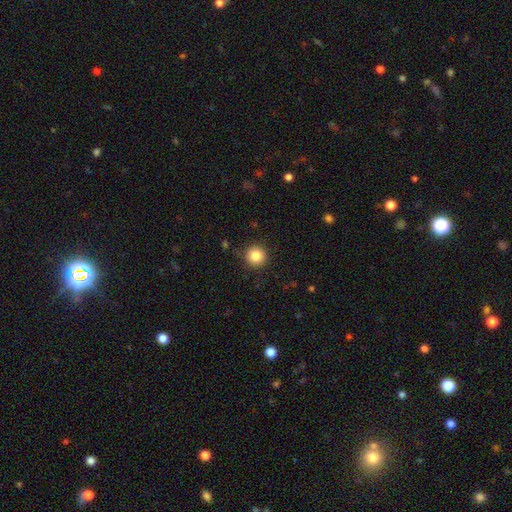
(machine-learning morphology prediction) The model was most divided on "smooth or featured": smooth: 85%, star or artifact: 10%, featured or disk: 5%. More confident: how rounded — round (95%); merging — none (88%).